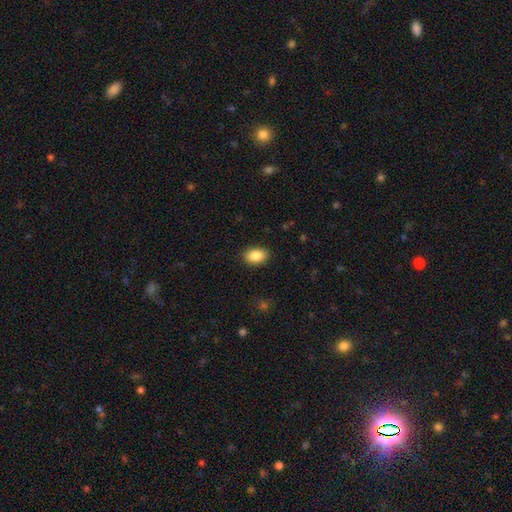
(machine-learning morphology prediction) Smooth or featured? smooth (88%)
How rounded? in between (89%)
Merging? none (89%)